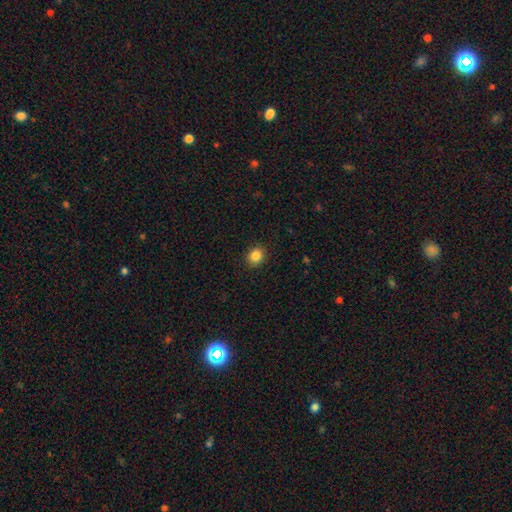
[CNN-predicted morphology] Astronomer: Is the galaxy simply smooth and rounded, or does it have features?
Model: smooth — 85%.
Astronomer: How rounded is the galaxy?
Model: round — 72%.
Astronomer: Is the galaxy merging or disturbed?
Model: none — 90%.